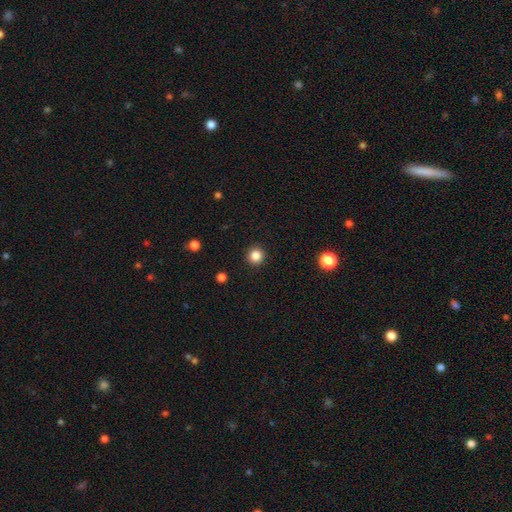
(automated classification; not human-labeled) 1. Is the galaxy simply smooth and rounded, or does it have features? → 85% smooth, 12% star or artifact, 4% featured or disk.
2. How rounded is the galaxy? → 95% round, 4% in between, 1% cigar-shaped.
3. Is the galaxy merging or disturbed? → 92% none, 5% minor disturbance, 2% major disturbance, 1% merger.